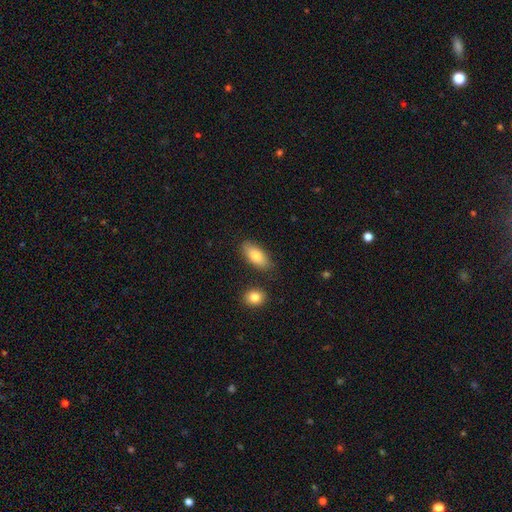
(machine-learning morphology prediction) This is likely a smooth galaxy (80%). How rounded: clearly in between (86%). Merging: clearly none (81%).